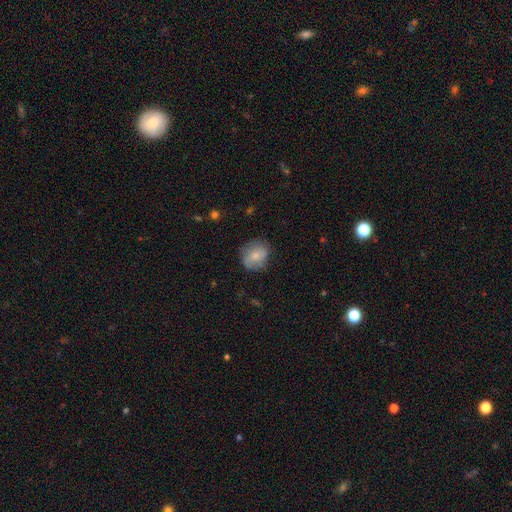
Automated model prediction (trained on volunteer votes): This is likely a smooth galaxy (66%). How rounded: likely round (68%). Merging: likely none (69%).